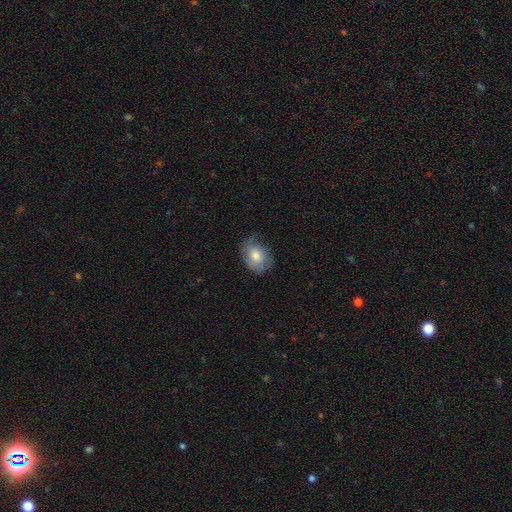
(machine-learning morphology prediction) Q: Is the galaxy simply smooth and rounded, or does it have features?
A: smooth — 65%.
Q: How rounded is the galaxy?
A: in between — 63%.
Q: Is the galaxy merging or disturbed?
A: none — 59%.